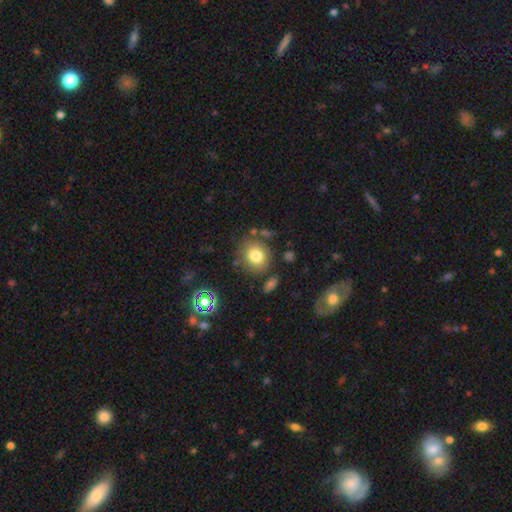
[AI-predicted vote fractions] Smooth or featured? Predicted: smooth (p=0.79). How rounded? Predicted: round (p=0.79). Merging? Predicted: none (p=0.79).